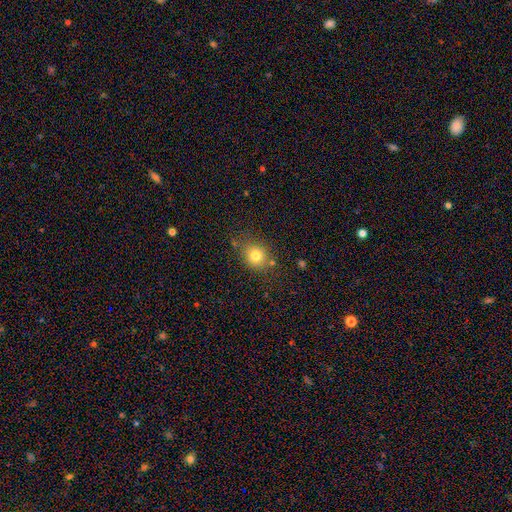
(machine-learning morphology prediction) A smooth galaxy with no disk features (77%) that is round (78%). Merging: none (77%).